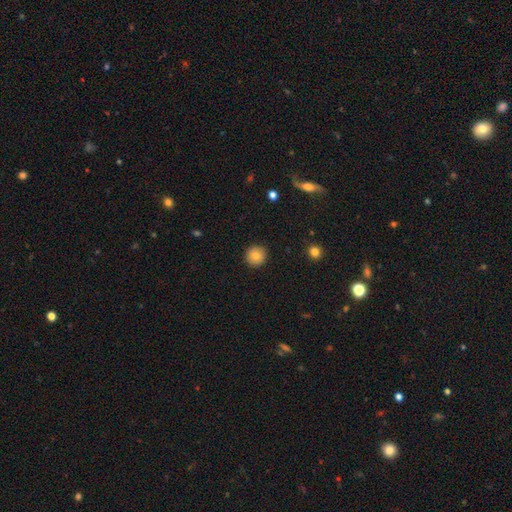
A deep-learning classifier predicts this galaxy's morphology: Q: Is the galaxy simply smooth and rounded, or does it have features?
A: smooth — 82%.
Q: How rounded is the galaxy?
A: round — 94%.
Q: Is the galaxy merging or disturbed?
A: none — 92%.